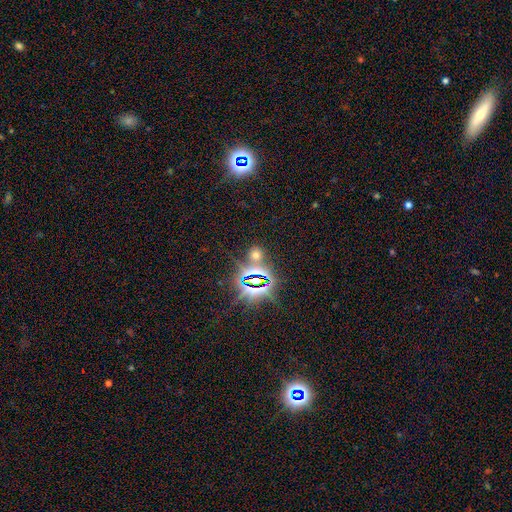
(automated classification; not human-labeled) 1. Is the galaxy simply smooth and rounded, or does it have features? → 54% star or artifact, 39% smooth, 7% featured or disk.